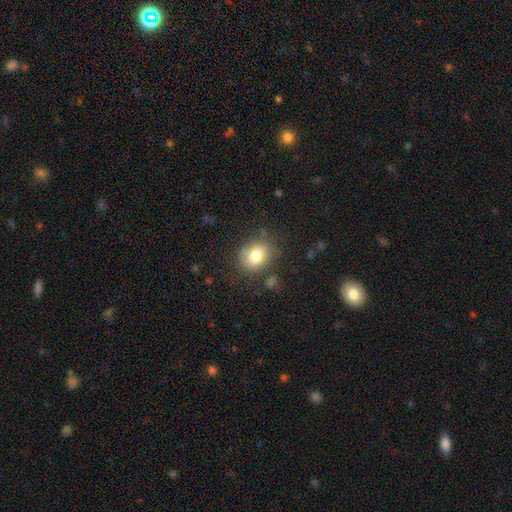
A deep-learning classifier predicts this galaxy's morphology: A smooth galaxy with no disk features (79%) that is round (55%). Merging: none (76%).